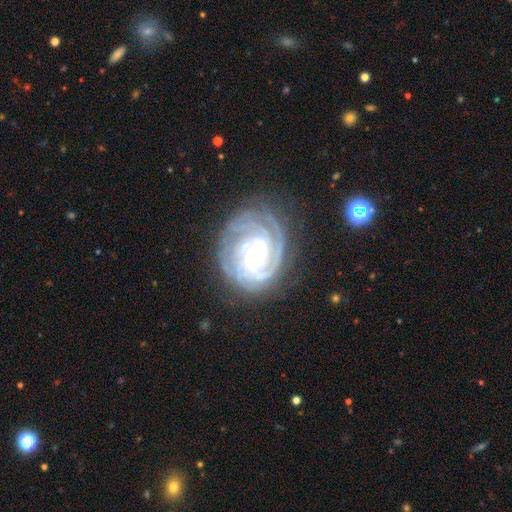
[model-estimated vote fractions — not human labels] Smooth or featured? featured or disk (89%)
Edge-on disk? no (97%)
Bar? weak (42%)
Spiral arms? yes (98%)
Spiral winding? tight (78%)
Spiral arm count? 3 (35%)
Bulge size? moderate (54%)
Merging? none (77%)